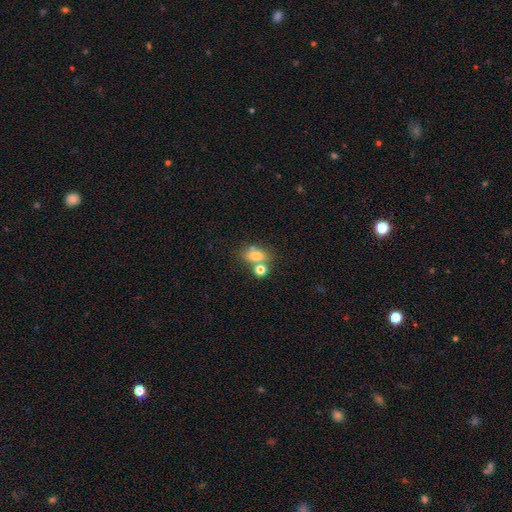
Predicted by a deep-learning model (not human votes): Smooth or featured? smooth (74%)
How rounded? in between (68%)
Merging? none (47%)